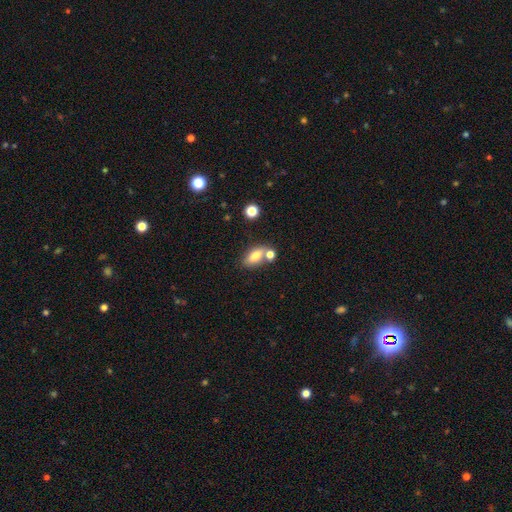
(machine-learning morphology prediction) smooth-or-featured: smooth: 74% | featured or disk: 16% | star or artifact: 9%
  how-rounded: in between: 80% | cigar-shaped: 13% | round: 8%
  merging: none: 56% | merger: 27% | minor disturbance: 13% | major disturbance: 5%